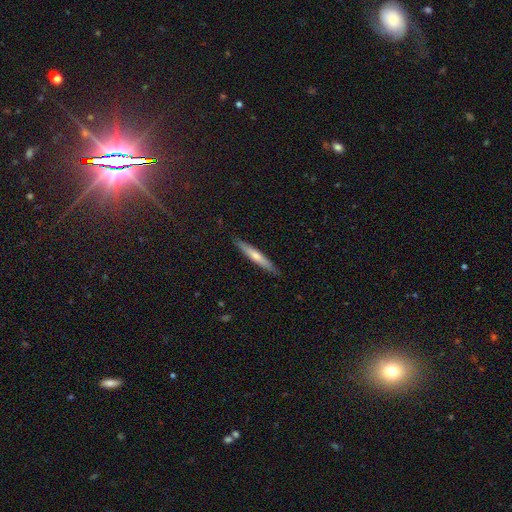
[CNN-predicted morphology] A smooth galaxy with no disk features (54%) that is cigar-shaped (93%). Merging: none (88%).